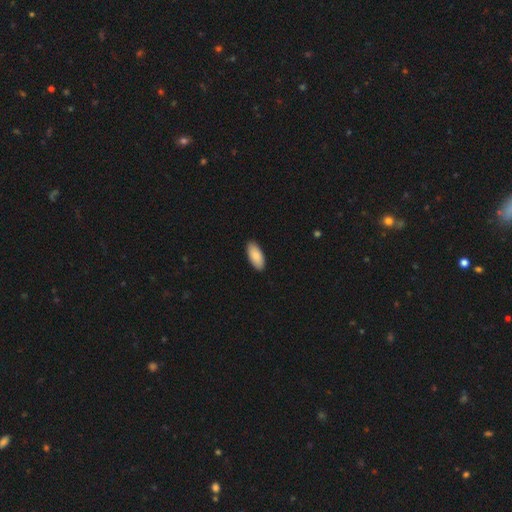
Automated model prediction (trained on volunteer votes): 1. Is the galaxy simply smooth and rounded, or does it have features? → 86% smooth, 8% featured or disk, 6% star or artifact.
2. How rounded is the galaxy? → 91% in between, 7% cigar-shaped, 2% round.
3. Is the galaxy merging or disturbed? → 89% none, 8% minor disturbance, 1% major disturbance, 1% merger.